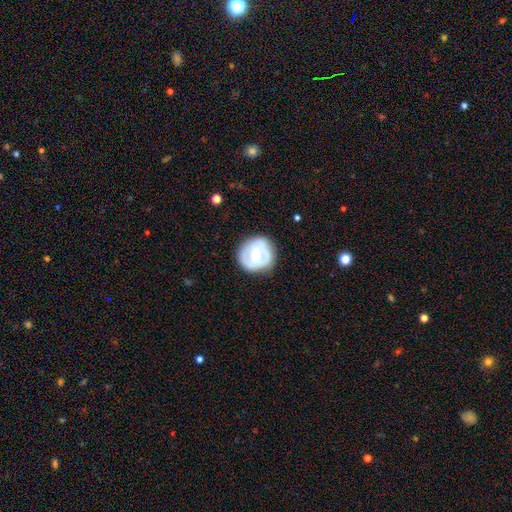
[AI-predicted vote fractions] Smooth or featured?
  - featured or disk: 59% *
  - smooth: 35%
  - star or artifact: 5%
Edge-on disk?
  - no: 96% *
  - yes: 4%
Bar?
  - no: 42% *
  - weak: 40%
  - strong: 18%
Spiral arms?
  - no: 58% *
  - yes: 42%
Bulge size?
  - moderate: 67% *
  - large: 20%
  - small: 10%
  - none: 2%
  - dominant: 1%
Merging?
  - none: 81% *
  - minor disturbance: 13%
  - major disturbance: 4%
  - merger: 1%